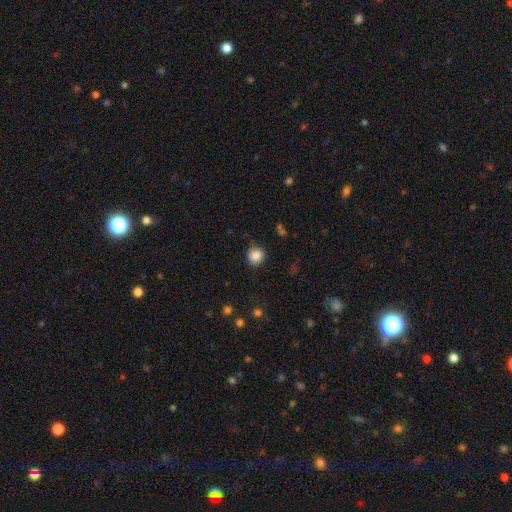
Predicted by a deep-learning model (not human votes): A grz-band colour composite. It shows a smooth galaxy with no disk features (85%) that is round (90%). Merging: none (83%).